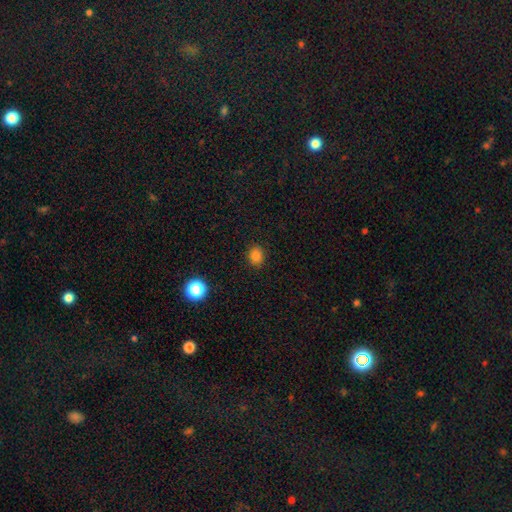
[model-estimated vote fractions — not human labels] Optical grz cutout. It shows a smooth galaxy with no disk features (82%) that is round (60%). Merging: none (89%).